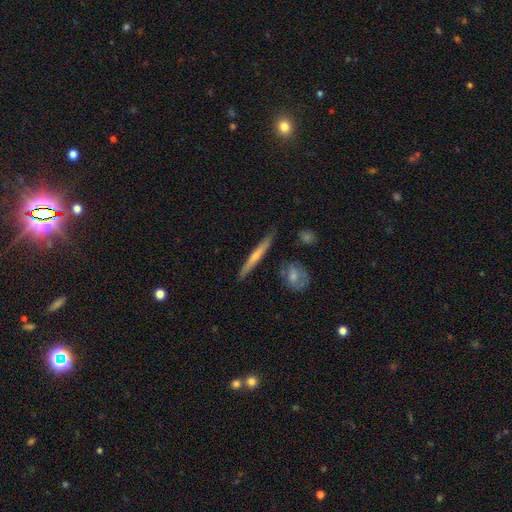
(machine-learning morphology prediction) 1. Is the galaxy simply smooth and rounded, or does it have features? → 48% smooth, 47% featured or disk, 6% star or artifact.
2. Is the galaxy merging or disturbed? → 85% none, 10% minor disturbance, 3% merger, 2% major disturbance.